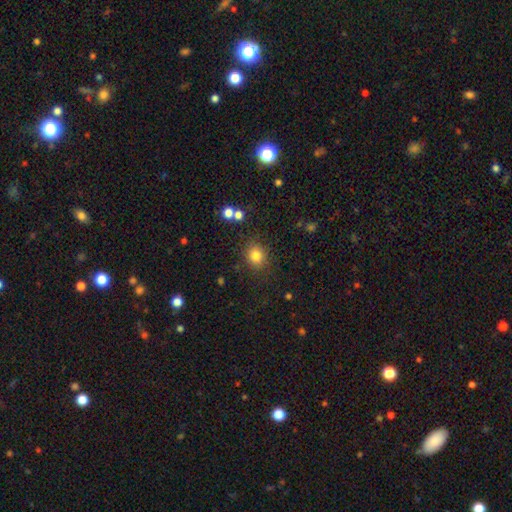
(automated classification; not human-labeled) A smooth galaxy with no disk features (81%) that is round (74%). Merging: none (84%).